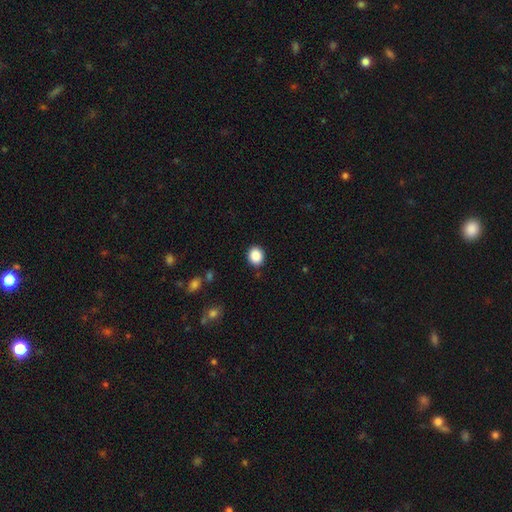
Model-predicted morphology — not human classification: A smooth galaxy with no disk features (89%) that is round (60%).

Vote fractions:
- Smooth or featured? smooth: 89% / star or artifact: 8% / featured or disk: 3%
- How rounded? round: 60% / in between: 39% / cigar-shaped: 1%
- Merging? none: 88% / minor disturbance: 8% / major disturbance: 2% / merger: 1%